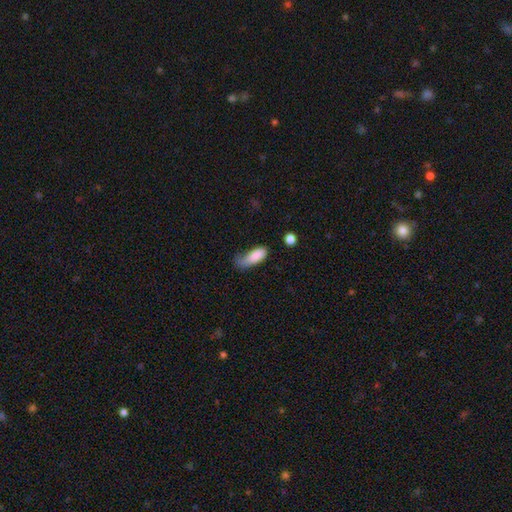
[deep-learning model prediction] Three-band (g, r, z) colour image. It shows a smooth galaxy with no disk features (83%) that is in between round and cigar-shaped (79%). Merging: minor disturbance (36%).